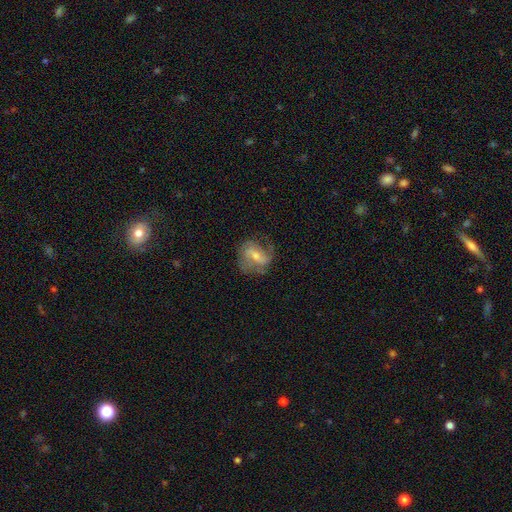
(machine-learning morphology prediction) Smooth or featured?
  - featured or disk: 73% *
  - smooth: 20%
  - star or artifact: 7%
Edge-on disk?
  - no: 97% *
  - yes: 3%
Bar?
  - weak: 48% *
  - no: 28%
  - strong: 24%
Spiral arms?
  - yes: 89% *
  - no: 11%
Spiral winding?
  - medium: 44% *
  - loose: 36%
  - tight: 19%
Spiral arm count?
  - 2: 62% *
  - can't tell: 16%
  - 3: 10%
  - 1: 7%
  - 4: 3%
  - more than 4: 2%
Bulge size?
  - moderate: 47% *
  - small: 46%
  - none: 3%
  - large: 3%
  - dominant: 1%
Merging?
  - none: 60% *
  - minor disturbance: 22%
  - major disturbance: 16%
  - merger: 2%